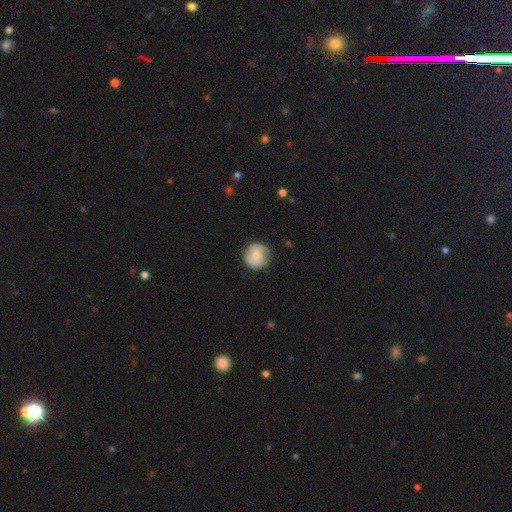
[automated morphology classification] The model was most divided on "smooth or featured": smooth: 75%, featured or disk: 19%, star or artifact: 7%. More confident: how rounded — round (93%); merging — none (80%).